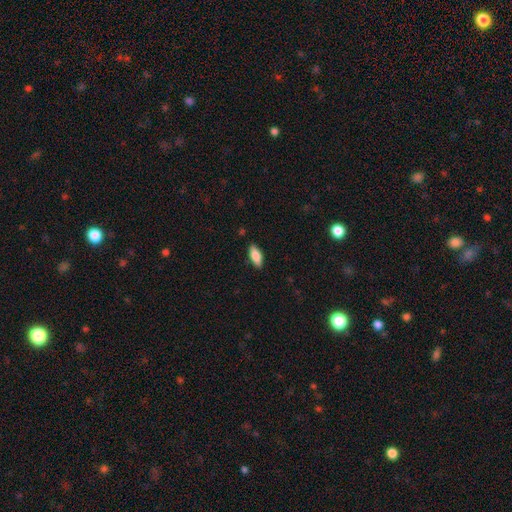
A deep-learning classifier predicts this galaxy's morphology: smooth_or_featured: smooth (p=0.83) [alt: featured or disk p=0.11]
how_rounded: in between (p=0.78) [alt: cigar-shaped p=0.20]
merging: none (p=0.87) [alt: minor disturbance p=0.10]